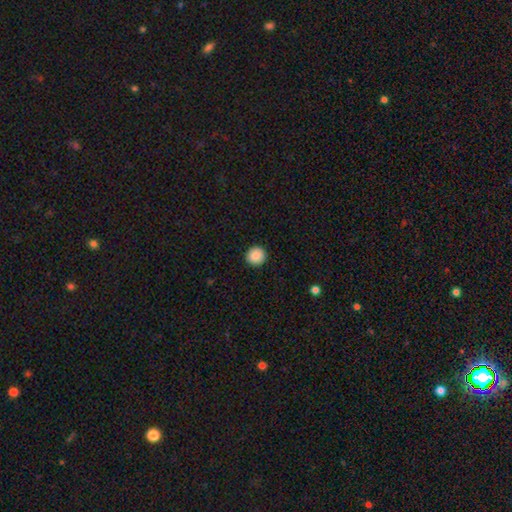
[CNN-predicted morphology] smooth 89%, star or artifact 9%, featured or disk 3%. Down the decision tree: how rounded — round (93%); merging — none (93%).